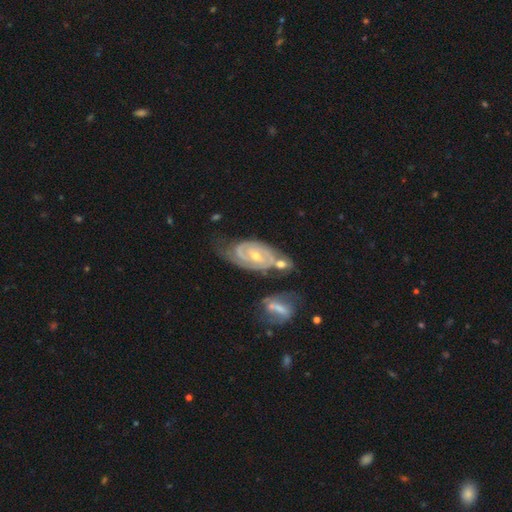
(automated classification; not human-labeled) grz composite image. It shows a featured or disk galaxy (88%) with no bar (51%), 2 (68%) tight (65%) spiral arms (95%) and a small central bulge (50%). Merging: none (46%).